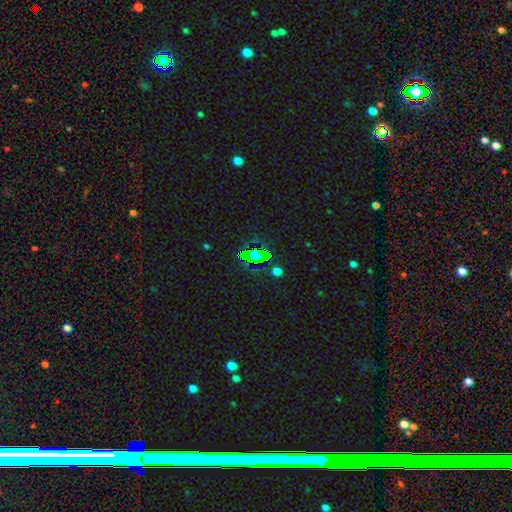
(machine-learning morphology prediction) smooth-or-featured: star or artifact: 69% | smooth: 20% | featured or disk: 10%